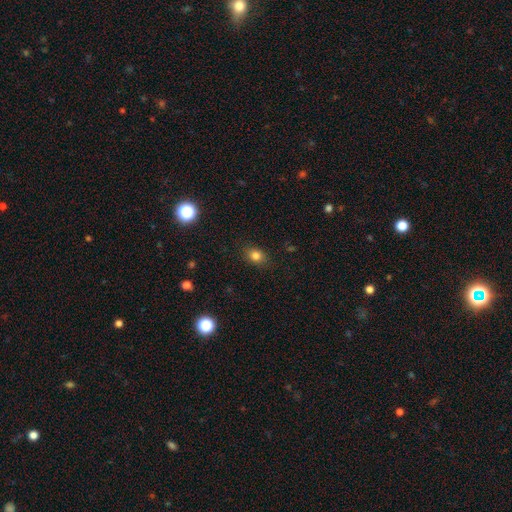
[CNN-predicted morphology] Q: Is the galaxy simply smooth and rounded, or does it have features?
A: smooth — 80%.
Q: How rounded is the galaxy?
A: in between — 54%.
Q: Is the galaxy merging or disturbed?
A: none — 86%.